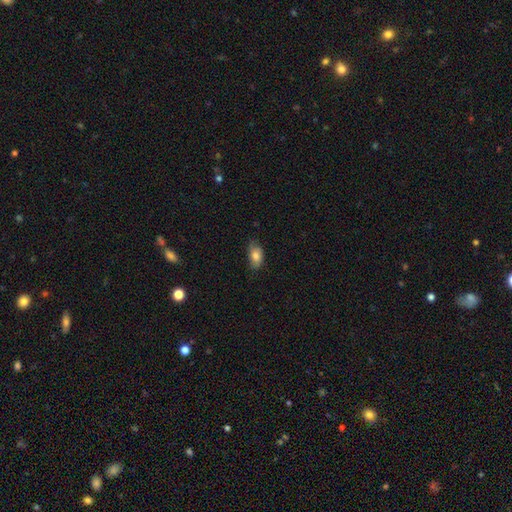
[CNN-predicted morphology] smooth 78%, featured or disk 14%, star or artifact 8%. Down the decision tree: how rounded — in between (89%); merging — none (68%).